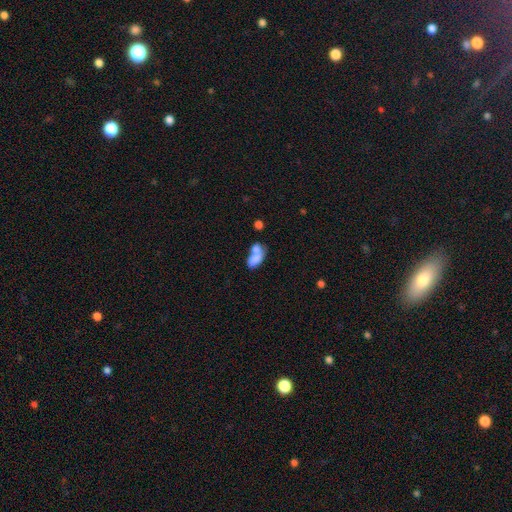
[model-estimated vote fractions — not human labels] smooth-or-featured: smooth: 70% | featured or disk: 20% | star or artifact: 9%
  how-rounded: in between: 85% | round: 10% | cigar-shaped: 5%
  merging: merger: 62% | none: 19% | minor disturbance: 11% | major disturbance: 9%